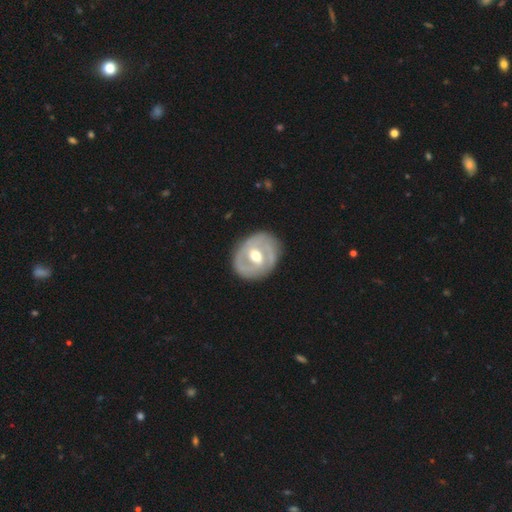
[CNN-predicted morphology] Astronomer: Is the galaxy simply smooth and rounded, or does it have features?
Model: featured or disk — 76%.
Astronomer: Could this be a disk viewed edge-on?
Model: no — 96%.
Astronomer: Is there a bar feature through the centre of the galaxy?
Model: weak — 47% (runner-up: strong, 27%).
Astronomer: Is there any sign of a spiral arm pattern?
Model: yes — 66%.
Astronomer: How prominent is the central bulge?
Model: moderate — 78%.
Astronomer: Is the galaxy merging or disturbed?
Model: none — 80%.